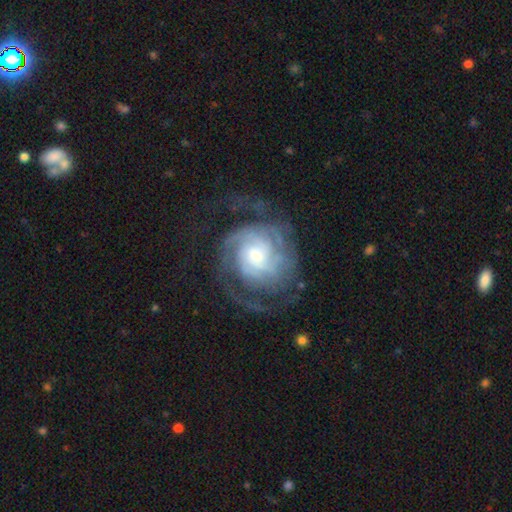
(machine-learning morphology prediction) Q: Smooth or featured?
A: featured or disk (88%); runner-up: smooth (7%)
Q: Edge-on disk?
A: no (98%); runner-up: yes (2%)
Q: Bar?
A: no (67%); runner-up: weak (27%)
Q: Spiral arms?
A: yes (97%); runner-up: no (3%)
Q: Spiral winding?
A: tight (63%); runner-up: medium (29%)
Q: Spiral arm count?
A: 2 (29%); runner-up: can't tell (26%)
Q: Bulge size?
A: small (57%); runner-up: moderate (33%)
Q: Merging?
A: none (63%); runner-up: major disturbance (20%)